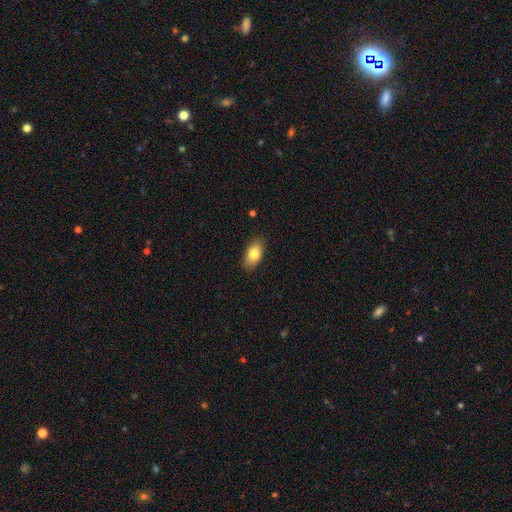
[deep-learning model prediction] Smooth or featured? smooth (81%)
How rounded? in between (89%)
Merging? none (86%)